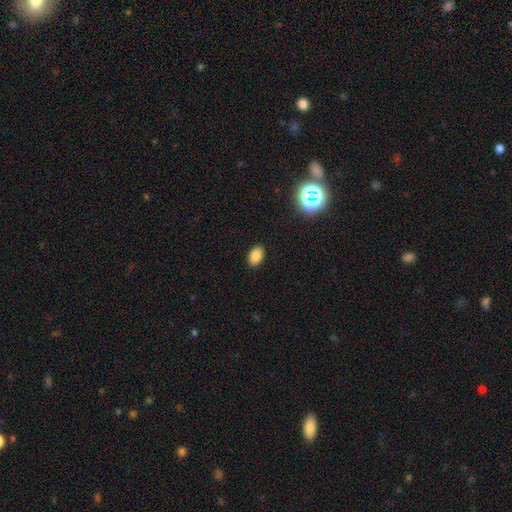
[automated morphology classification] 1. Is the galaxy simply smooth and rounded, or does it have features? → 85% smooth, 10% star or artifact, 5% featured or disk.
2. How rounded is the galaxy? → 90% in between, 9% round, 1% cigar-shaped.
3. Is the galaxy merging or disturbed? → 89% none, 8% minor disturbance, 2% major disturbance, 1% merger.